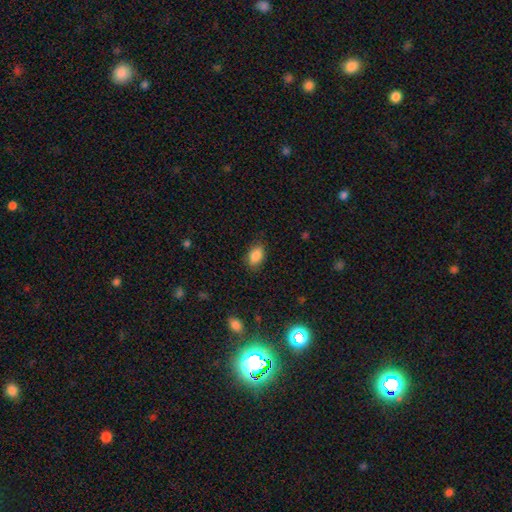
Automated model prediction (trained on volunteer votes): The model was most divided on "merging": none: 83%, minor disturbance: 13%, major disturbance: 3%, merger: 1%. More confident: how rounded — in between (90%); smooth or featured — smooth (87%).